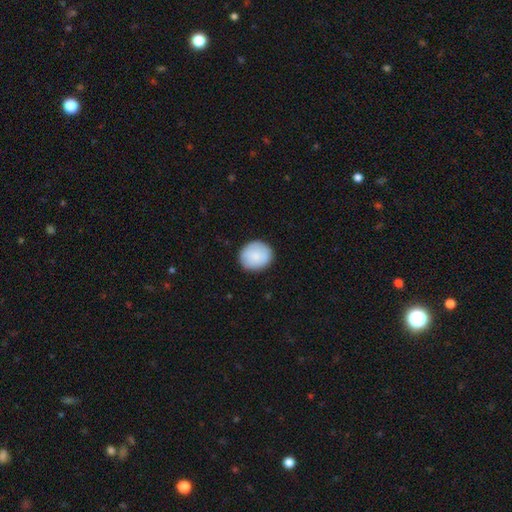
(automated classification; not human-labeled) This is clearly a smooth galaxy (87%). How rounded: likely round (79%). Merging: clearly none (87%).